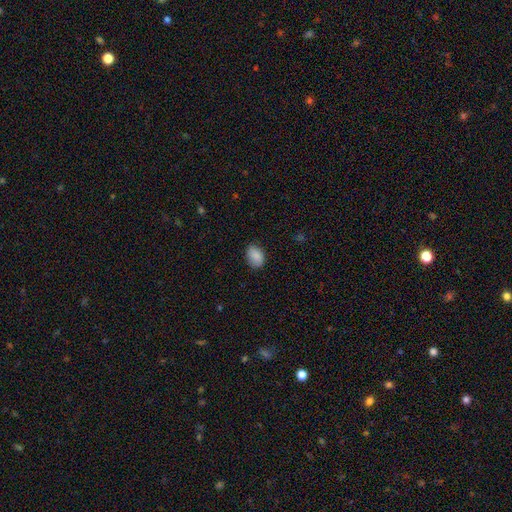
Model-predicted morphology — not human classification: A smooth galaxy with no disk features (88%) that is in between round and cigar-shaped (82%).

Vote fractions:
- Smooth or featured? smooth: 88% / star or artifact: 7% / featured or disk: 5%
- How rounded? in between: 82% / round: 17% / cigar-shaped: 1%
- Merging? none: 80% / minor disturbance: 16% / major disturbance: 3% / merger: 1%